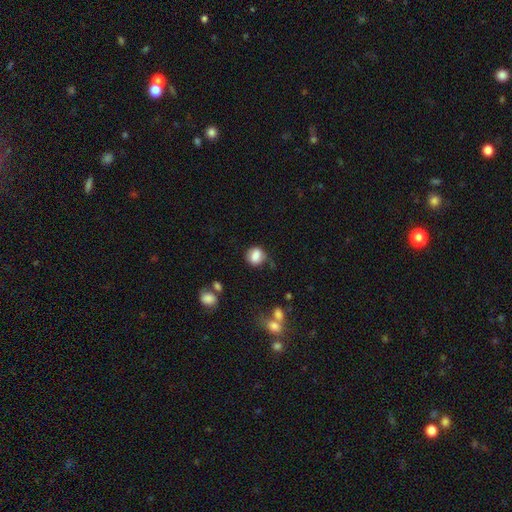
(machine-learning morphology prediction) smooth_or_featured: smooth (p=0.83) [alt: star or artifact p=0.09]
how_rounded: round (p=0.63) [alt: in between p=0.35]
merging: none (p=0.65) [alt: minor disturbance p=0.23]